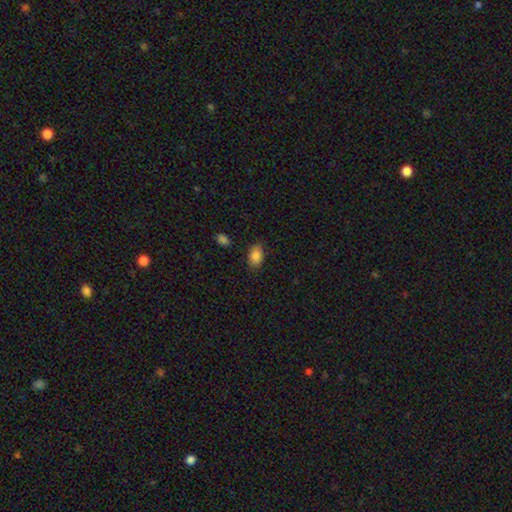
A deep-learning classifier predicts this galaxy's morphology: type=smooth (86%); roundness=in between (82%); merging=none (82%).